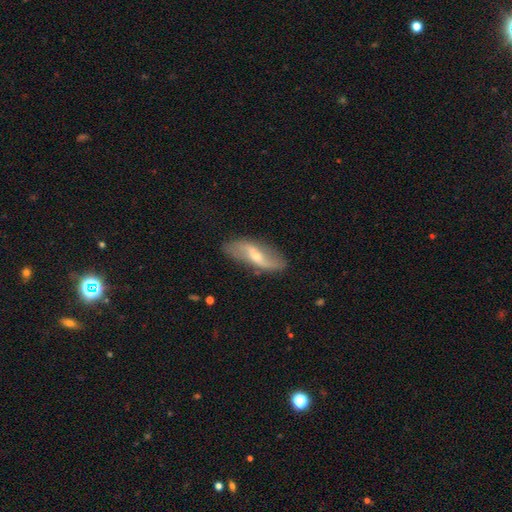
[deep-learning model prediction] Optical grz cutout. It shows a featured or disk galaxy (77%) with a weak bar (44%), 2 (90%) loose (81%) spiral arms (88%) and a small central bulge (56%). Merging: none (80%).